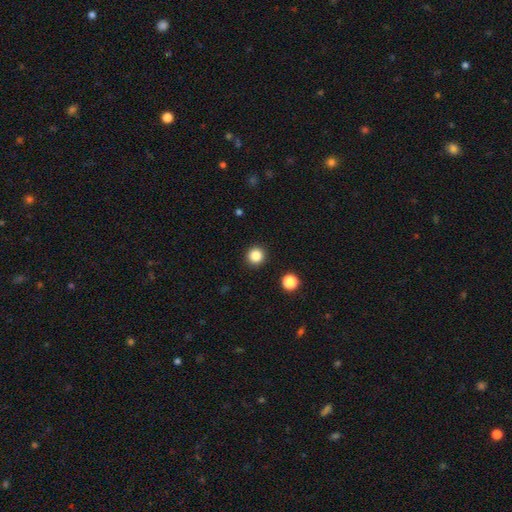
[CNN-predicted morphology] This appears to be a smooth galaxy with no disk features (85%) that is round (94%). Merging: none (92%).